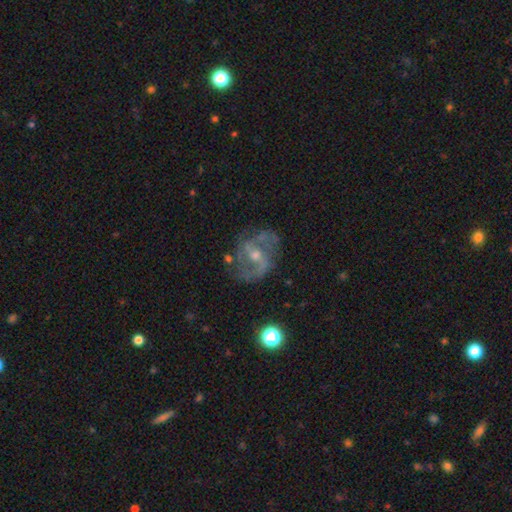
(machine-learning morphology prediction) Smooth or featured: featured or disk — 82% (smooth — 10%)
Edge-on disk: no — 97% (yes — 3%)
Bar: weak — 47% (no — 33%)
Spiral arms: yes — 89% (no — 11%)
Spiral winding: medium — 50% (loose — 33%)
Spiral arm count: 2 — 77% (can't tell — 10%)
Bulge size: moderate — 50% (small — 45%)
Merging: none — 64% (minor disturbance — 20%)